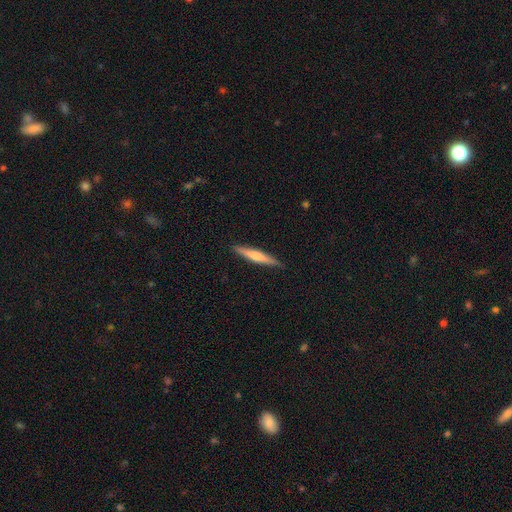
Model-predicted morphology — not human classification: type=featured or disk (50%); edge-on=yes (96%); merging=none (90%).